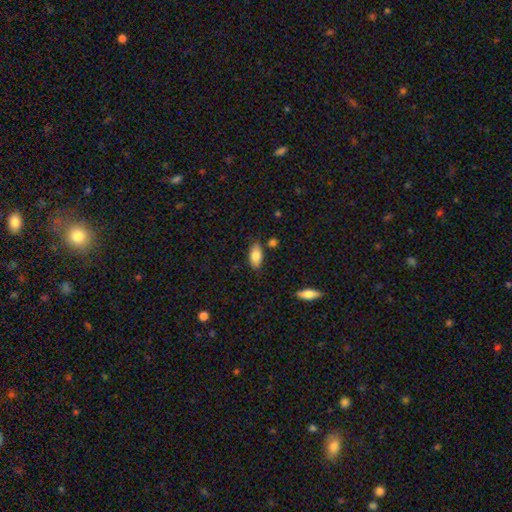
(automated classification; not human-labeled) Smooth or featured: smooth — 82% (featured or disk — 11%)
How rounded: in between — 91% (cigar-shaped — 6%)
Merging: none — 78% (minor disturbance — 14%)